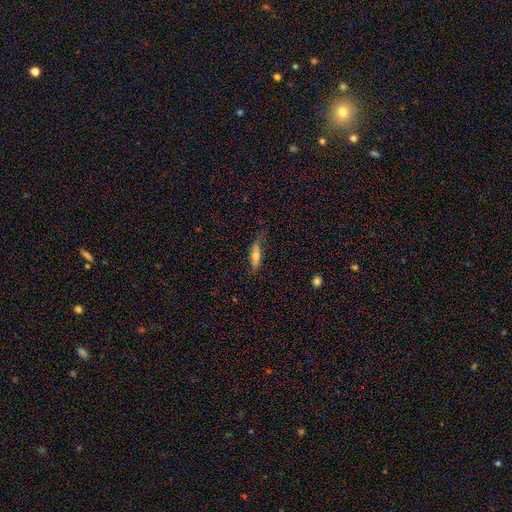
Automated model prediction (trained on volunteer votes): smooth 56%, featured or disk 38%, star or artifact 6%. Down the decision tree: how rounded — cigar-shaped (61%); merging — none (64%).